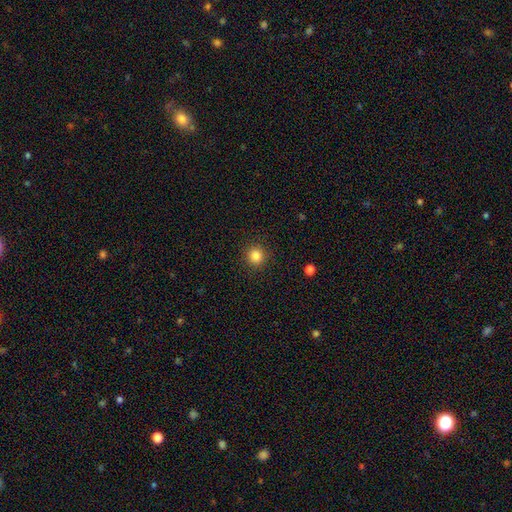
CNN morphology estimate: smooth-or-featured: smooth: 84% | star or artifact: 12% | featured or disk: 5%
  how-rounded: round: 94% | in between: 5% | cigar-shaped: 1%
  merging: none: 91% | minor disturbance: 6% | major disturbance: 2% | merger: 1%